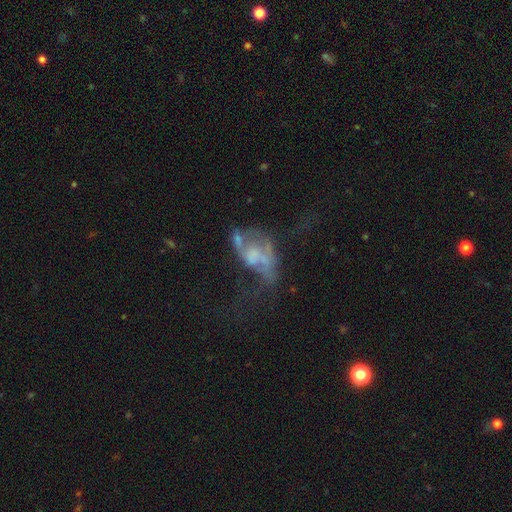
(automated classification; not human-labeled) The model was most divided on "merging": major disturbance: 44%, none: 22%, merger: 20%, minor disturbance: 14%. More confident: edge-on disk — no (96%); bar — no (79%); spiral arms — no (68%); smooth or featured — featured or disk (63%); bulge size — none (56%).